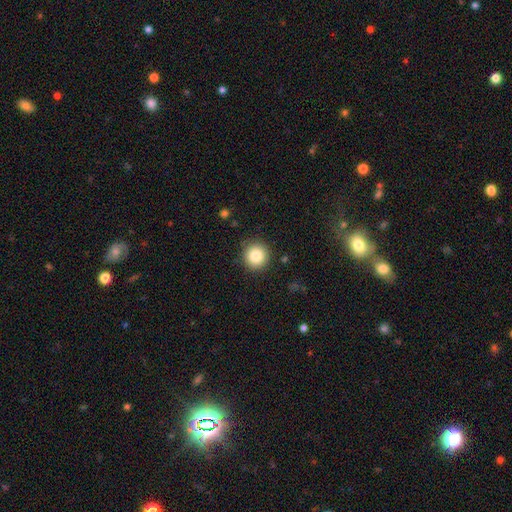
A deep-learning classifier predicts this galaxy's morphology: smooth-or-featured: smooth: 85% | star or artifact: 9% | featured or disk: 5%
  how-rounded: round: 94% | in between: 5% | cigar-shaped: 1%
  merging: none: 90% | minor disturbance: 7% | major disturbance: 2% | merger: 1%